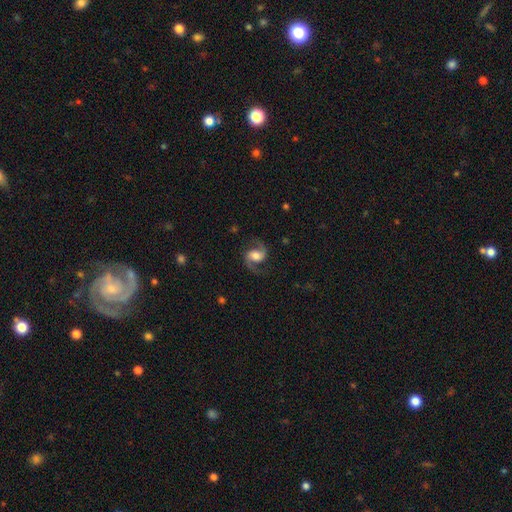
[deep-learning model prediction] A featured or disk galaxy (86%) with no bar (48%), 2 (94%) medium (48%) spiral arms (97%) and a moderate central bulge (55%).

Vote fractions:
- Smooth or featured? featured or disk: 86% / smooth: 8% / star or artifact: 6%
- Edge-on disk? no: 98% / yes: 2%
- Bar? no: 48% / weak: 37% / strong: 15%
- Spiral arms? yes: 97% / no: 3%
- Spiral winding? medium: 48% / loose: 43% / tight: 9%
- Spiral arm count? 2: 94% / 1: 2% / can't tell: 2% / 3: 1% / 4: 1% / more than 4: 1%
- Bulge size? moderate: 55% / large: 26% / small: 13% / none: 3% / dominant: 3%
- Merging? none: 81% / minor disturbance: 12% / major disturbance: 6% / merger: 1%